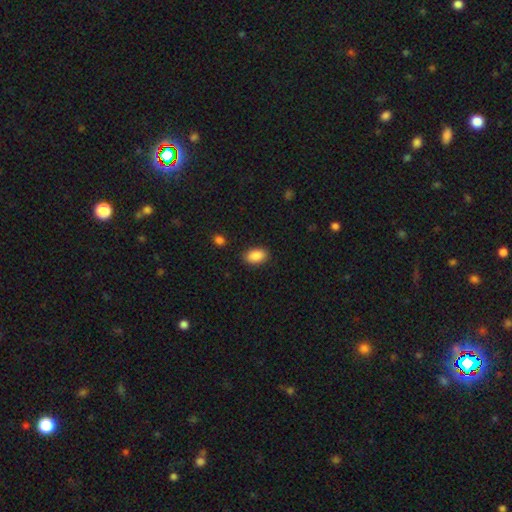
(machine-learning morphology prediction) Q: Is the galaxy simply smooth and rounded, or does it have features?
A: smooth — 89%.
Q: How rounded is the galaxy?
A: in between — 90%.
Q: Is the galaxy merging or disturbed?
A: none — 87%.